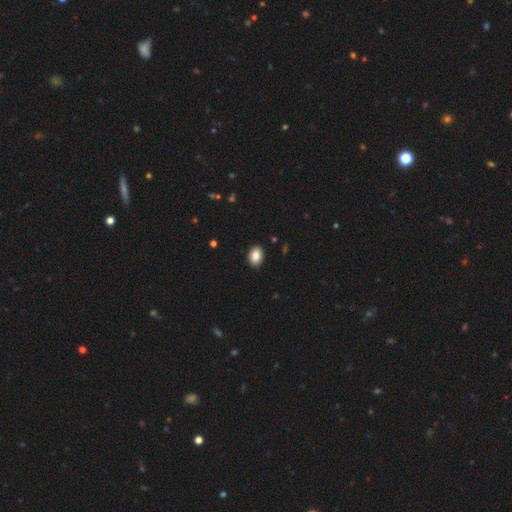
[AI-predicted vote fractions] Smooth or featured?
  - smooth: 87% *
  - star or artifact: 8%
  - featured or disk: 5%
How rounded?
  - in between: 77% *
  - round: 22%
  - cigar-shaped: 1%
Merging?
  - none: 89% *
  - minor disturbance: 9%
  - major disturbance: 2%
  - merger: 1%